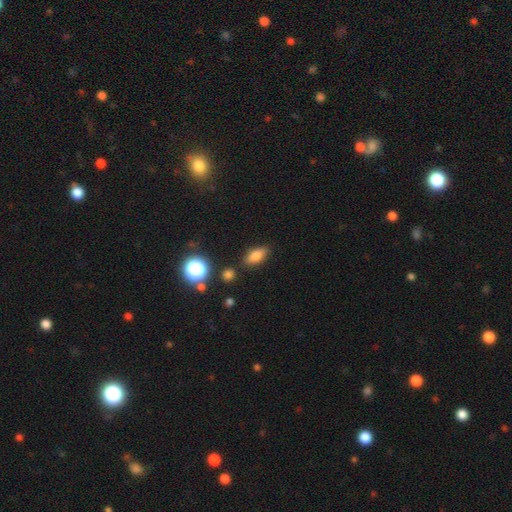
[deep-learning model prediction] Smooth or featured? Predicted: smooth (p=0.76). How rounded? Predicted: in between (p=0.78). Merging? Predicted: none (p=0.81).